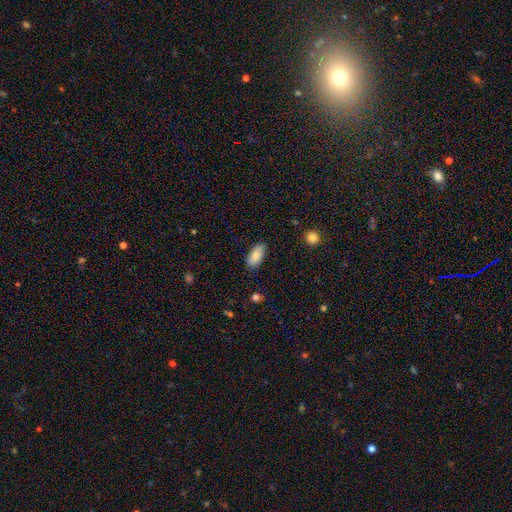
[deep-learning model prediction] This is clearly a smooth galaxy (82%). How rounded: clearly in between (91%). Merging: clearly none (81%).